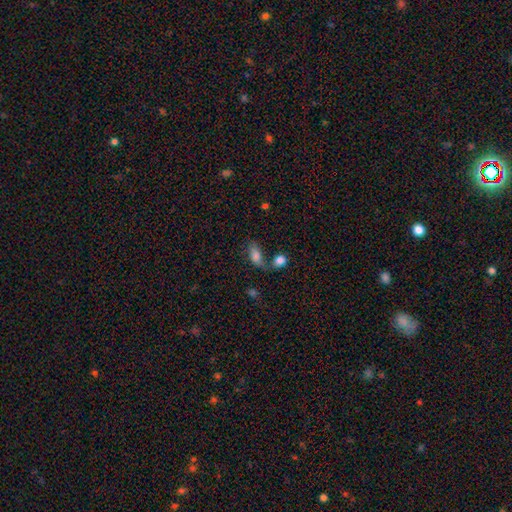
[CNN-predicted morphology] smooth 77%, featured or disk 13%, star or artifact 10%. Down the decision tree: how rounded — in between (86%); merging — none (38%).